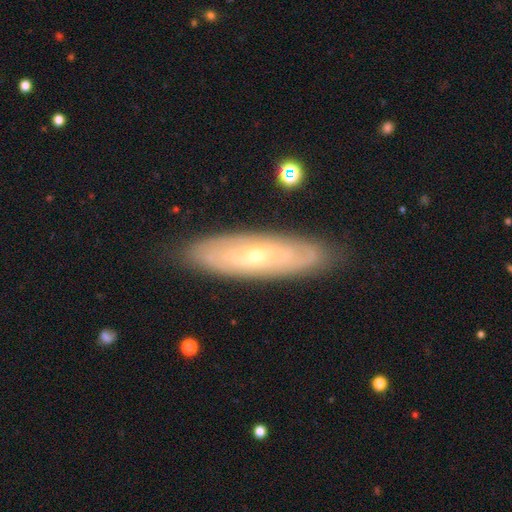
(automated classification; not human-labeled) Smooth or featured?
  - featured or disk: 72% *
  - smooth: 22%
  - star or artifact: 6%
Edge-on disk?
  - no: 75% *
  - yes: 25%
Bar?
  - no: 49% *
  - weak: 38%
  - strong: 14%
Spiral arms?
  - yes: 79% *
  - no: 21%
Bulge size?
  - small: 69% *
  - moderate: 28%
  - large: 1%
  - none: 1%
  - dominant: 1%
Merging?
  - none: 85% *
  - minor disturbance: 11%
  - major disturbance: 2%
  - merger: 1%